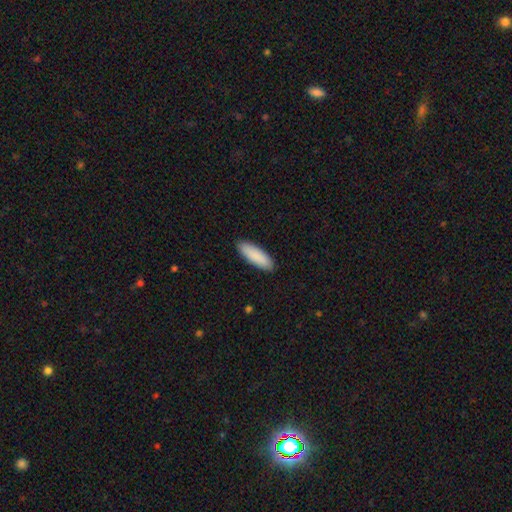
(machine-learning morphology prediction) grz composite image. It shows a smooth galaxy with no disk features (90%) that is in between round and cigar-shaped (53%). Merging: none (91%).